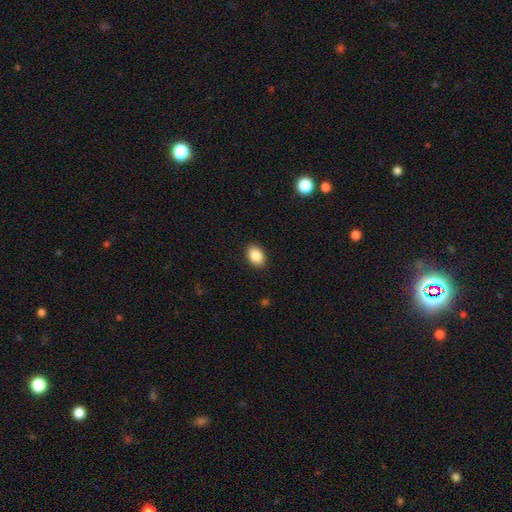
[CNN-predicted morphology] smooth-or-featured: smooth: 88% | star or artifact: 8% | featured or disk: 5%
  how-rounded: in between: 84% | round: 15% | cigar-shaped: 1%
  merging: none: 90% | minor disturbance: 7% | major disturbance: 2% | merger: 1%